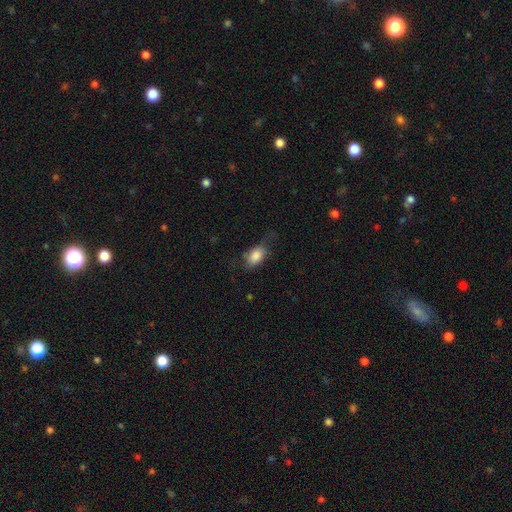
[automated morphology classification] smooth 83%, featured or disk 10%, star or artifact 7%. Down the decision tree: how rounded — in between (86%); merging — none (56%).